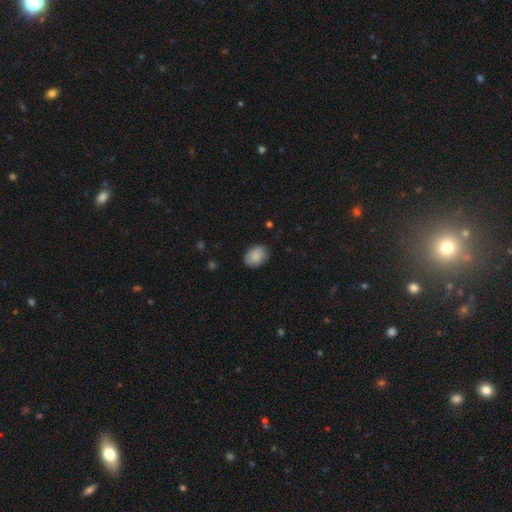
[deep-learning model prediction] Smooth or featured?
  - smooth: 85% *
  - featured or disk: 8%
  - star or artifact: 7%
How rounded?
  - in between: 76% *
  - round: 23%
  - cigar-shaped: 1%
Merging?
  - none: 80% *
  - minor disturbance: 16%
  - major disturbance: 3%
  - merger: 1%